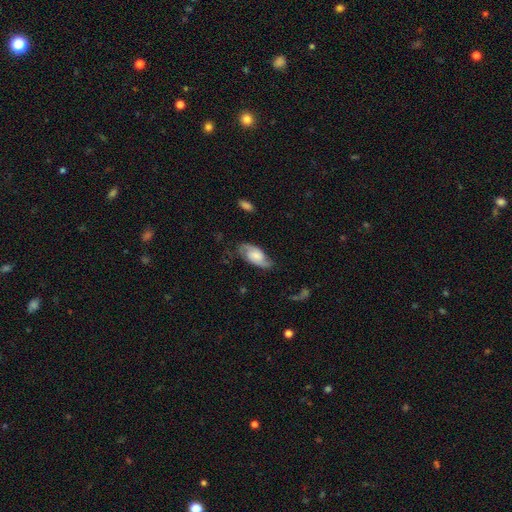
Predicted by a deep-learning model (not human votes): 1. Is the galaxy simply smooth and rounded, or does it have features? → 63% featured or disk, 30% smooth, 7% star or artifact.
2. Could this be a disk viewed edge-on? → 93% no, 7% yes.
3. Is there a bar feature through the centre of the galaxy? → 59% no, 32% weak, 8% strong.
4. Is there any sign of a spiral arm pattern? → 91% yes, 9% no.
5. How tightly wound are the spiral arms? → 45% medium, 31% loose, 25% tight.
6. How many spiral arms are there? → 86% 2, 8% can't tell, 3% 1, 1% 3, 1% 4, 1% more than 4.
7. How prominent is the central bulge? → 30% moderate, 27% small, 20% large, 19% none, 4% dominant.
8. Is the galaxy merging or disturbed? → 65% none, 23% minor disturbance, 10% major disturbance, 2% merger.